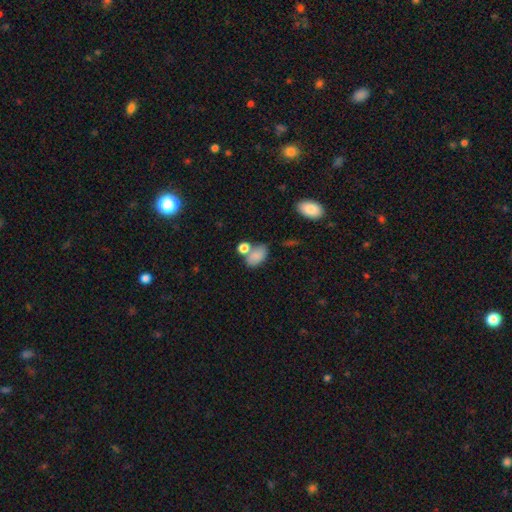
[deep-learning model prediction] The model was most divided on "merging": none: 44%, merger: 32%, minor disturbance: 16%, major disturbance: 7%. More confident: how rounded — in between (84%); smooth or featured — smooth (81%).